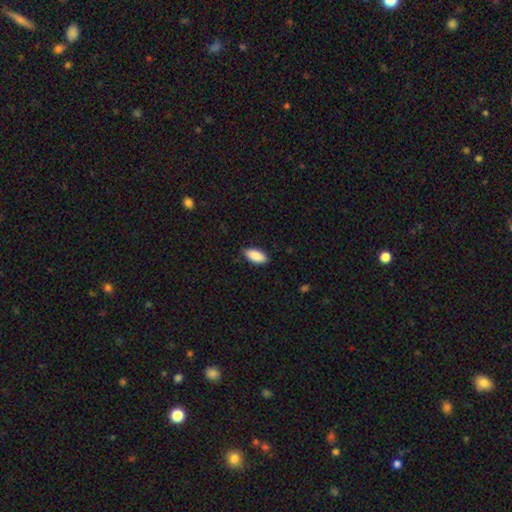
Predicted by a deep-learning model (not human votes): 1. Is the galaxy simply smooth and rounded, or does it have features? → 89% smooth, 6% star or artifact, 5% featured or disk.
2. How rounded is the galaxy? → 92% in between, 6% cigar-shaped, 2% round.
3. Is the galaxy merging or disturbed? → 84% none, 13% minor disturbance, 2% major disturbance, 1% merger.